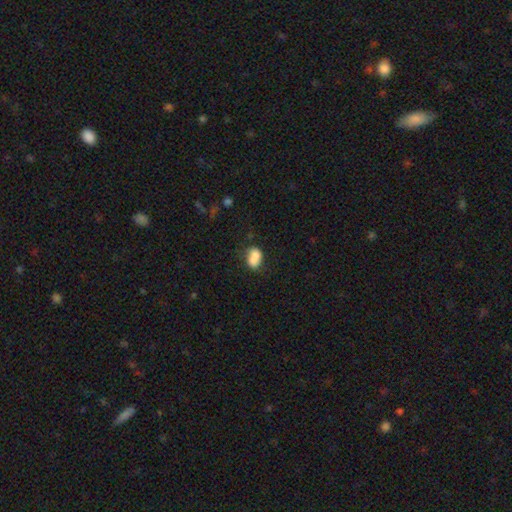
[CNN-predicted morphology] Smooth or featured? Predicted: smooth (p=0.81). How rounded? Predicted: in between (p=0.82). Merging? Predicted: none (p=0.50).